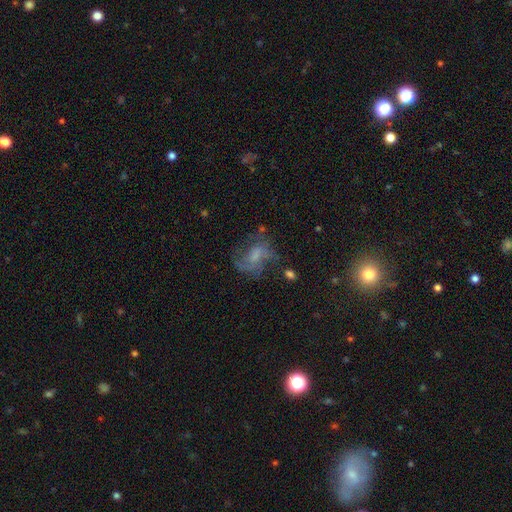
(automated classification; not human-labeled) A featured or disk galaxy (56%) with no bar (57%), spiral arms (71%) and no central bulge (35%). Merging: none (45%).